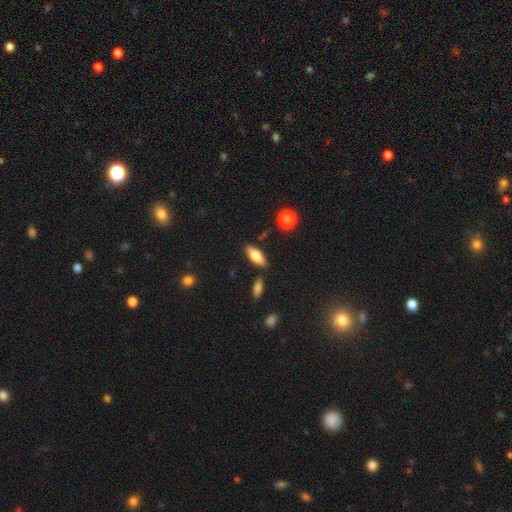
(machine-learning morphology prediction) A smooth galaxy with no disk features (71%) that is in between round and cigar-shaped (71%).

Vote fractions:
- Smooth or featured? smooth: 71% / featured or disk: 22% / star or artifact: 7%
- How rounded? in between: 71% / cigar-shaped: 27% / round: 3%
- Merging? none: 82% / minor disturbance: 11% / merger: 5% / major disturbance: 2%